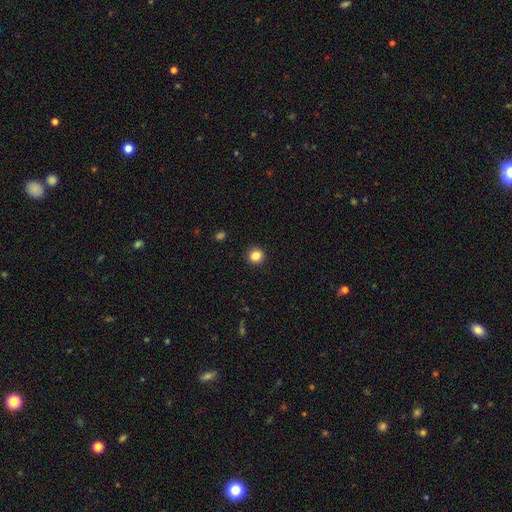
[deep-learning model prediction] Smooth or featured: smooth — 85% (star or artifact — 10%)
How rounded: round — 88% (in between — 11%)
Merging: none — 92% (minor disturbance — 5%)